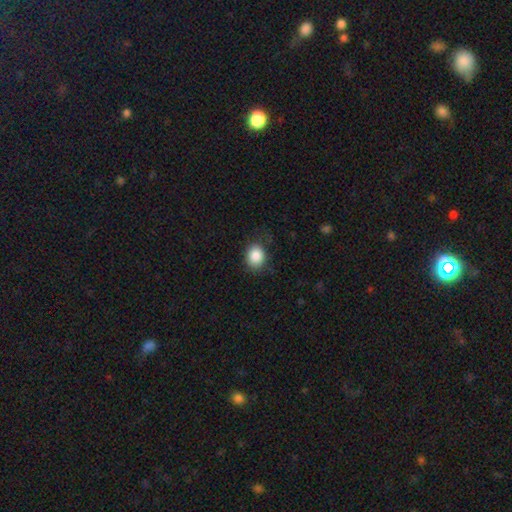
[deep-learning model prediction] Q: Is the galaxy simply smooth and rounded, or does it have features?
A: smooth — 87%.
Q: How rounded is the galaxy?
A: round — 56%.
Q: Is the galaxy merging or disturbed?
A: none — 76%.